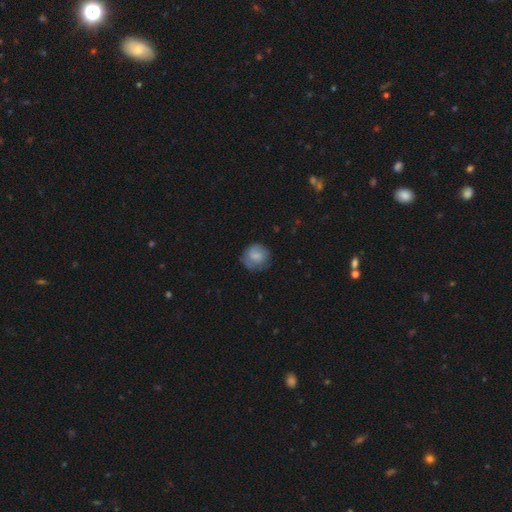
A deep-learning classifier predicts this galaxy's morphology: A smooth galaxy with no disk features (74%) that is round (86%). Merging: none (67%).